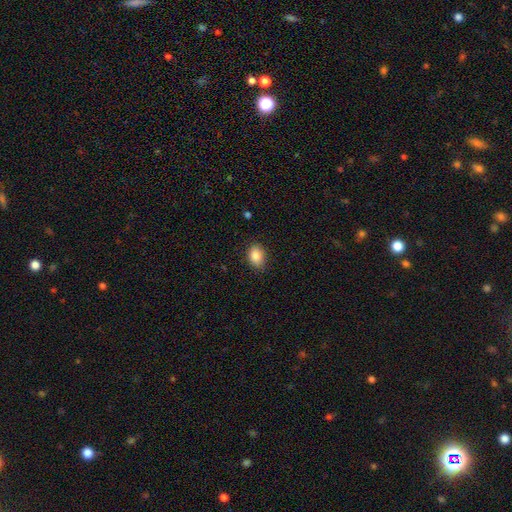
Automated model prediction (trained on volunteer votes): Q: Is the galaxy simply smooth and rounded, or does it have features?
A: smooth — 87%.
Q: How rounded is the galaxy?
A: in between — 73%.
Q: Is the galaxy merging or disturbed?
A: none — 86%.